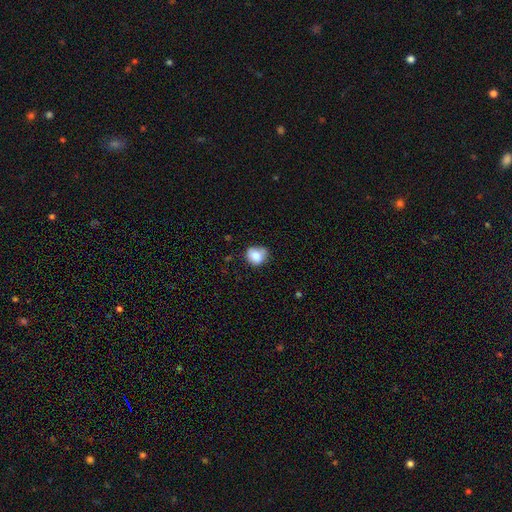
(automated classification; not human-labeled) The model was most divided on "merging": none: 57%, minor disturbance: 29%, major disturbance: 8%, merger: 6%. More confident: smooth or featured — smooth (79%); how rounded — round (67%).